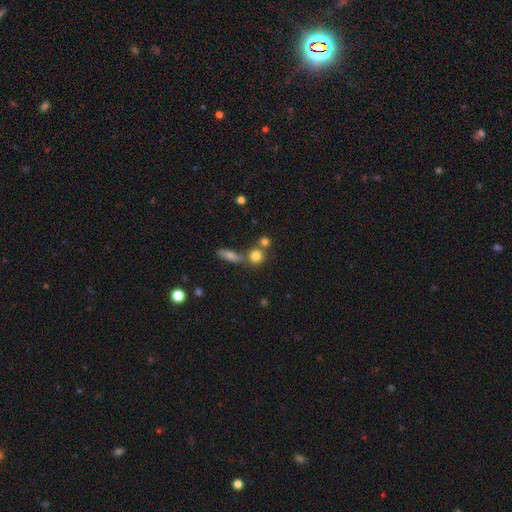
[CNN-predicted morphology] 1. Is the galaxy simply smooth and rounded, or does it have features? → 79% smooth, 12% star or artifact, 10% featured or disk.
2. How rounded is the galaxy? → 83% round, 13% in between, 4% cigar-shaped.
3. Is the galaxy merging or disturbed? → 59% none, 28% merger, 9% minor disturbance, 4% major disturbance.